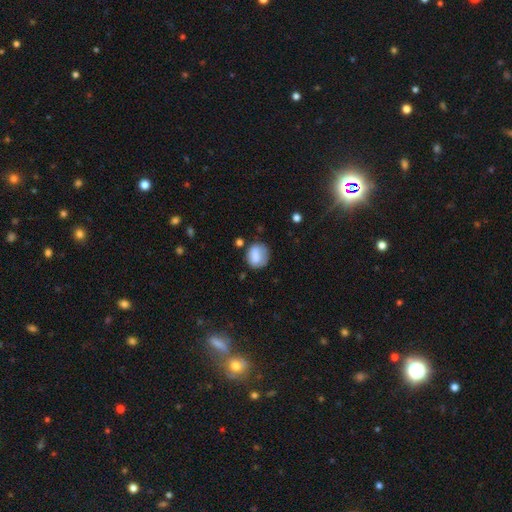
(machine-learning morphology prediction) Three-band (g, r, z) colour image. It shows a smooth galaxy with no disk features (75%) that is round (65%). Merging: none (59%).